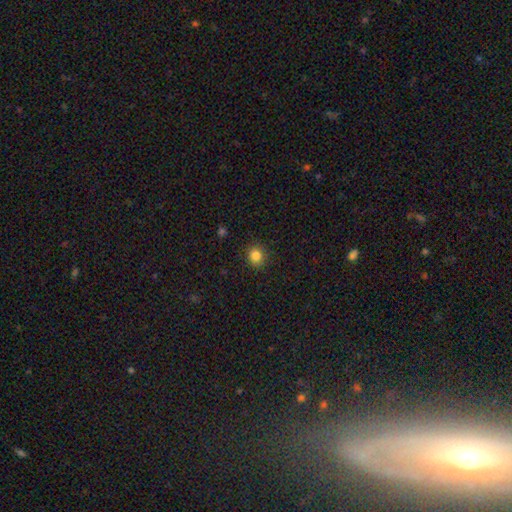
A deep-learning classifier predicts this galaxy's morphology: Smooth or featured: smooth — 84% (star or artifact — 11%)
How rounded: round — 88% (in between — 11%)
Merging: none — 89% (minor disturbance — 8%)